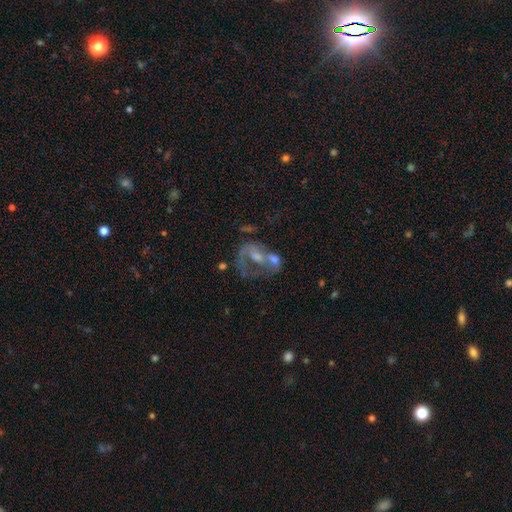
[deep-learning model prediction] smooth-or-featured: featured or disk: 64% | smooth: 24% | star or artifact: 13%
  disk-edge-on: no: 97% | yes: 3%
    bar: no: 67% | weak: 25% | strong: 8%
    has-spiral-arms: no: 54% | yes: 46%
    bulge-size: moderate: 44% | small: 29% | none: 19% | large: 7% | dominant: 2%
  merging: merger: 41% | major disturbance: 26% | none: 22% | minor disturbance: 11%